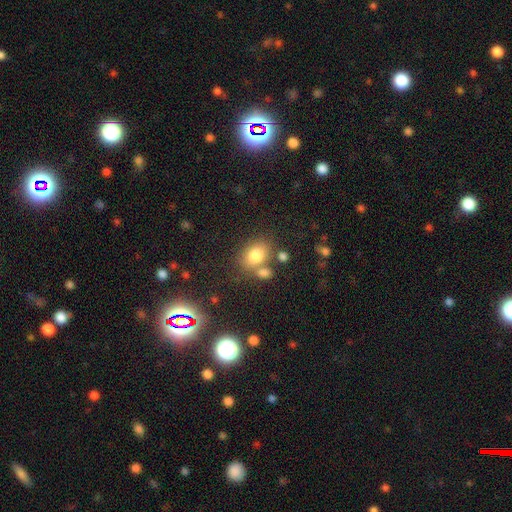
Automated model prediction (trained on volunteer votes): Overall: smooth (79%). How rounded: in between (64%; round 35%). Merging: none (59%; merger 21%).